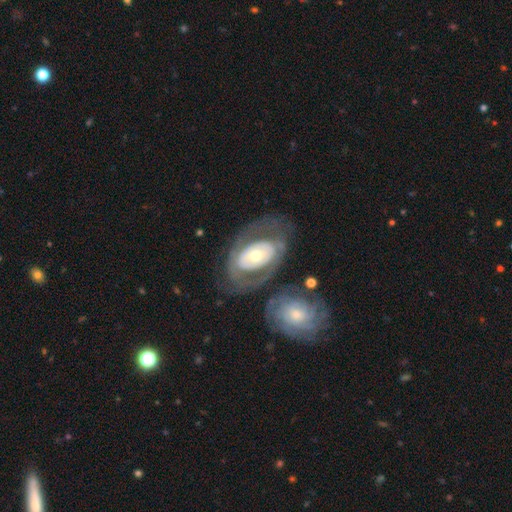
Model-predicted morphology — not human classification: This is likely a featured or disk galaxy (67%). It is clearly not viewed edge-on (93%). Bar: likely no (78%). Spiral arm pattern: possibly no (55%). Central bulge: possibly moderate (54%). Merging: likely none (61%).